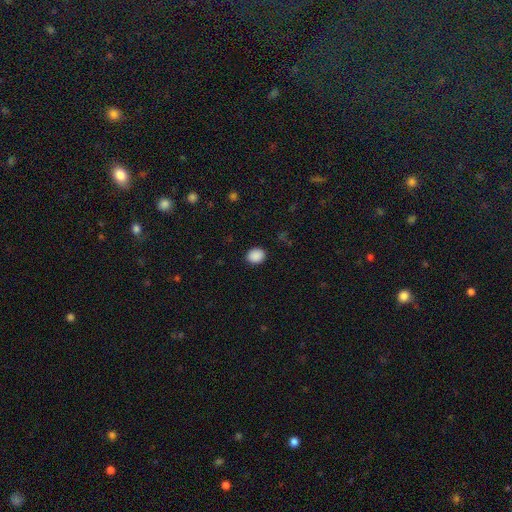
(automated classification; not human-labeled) smooth-or-featured: smooth: 89% | star or artifact: 8% | featured or disk: 2%
  how-rounded: round: 55% | in between: 45% | cigar-shaped: 1%
  merging: none: 90% | minor disturbance: 6% | major disturbance: 2% | merger: 1%